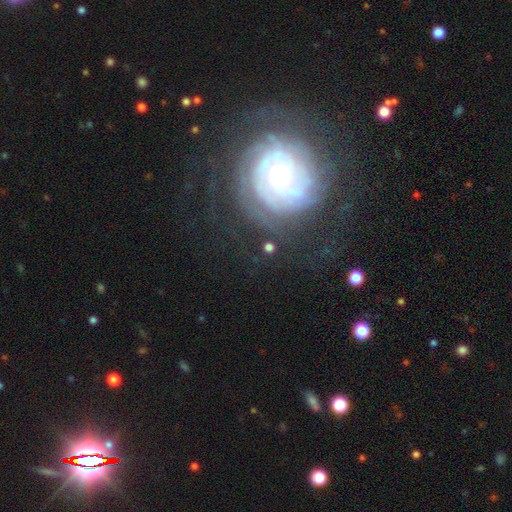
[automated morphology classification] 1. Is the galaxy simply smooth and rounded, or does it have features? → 82% featured or disk, 10% star or artifact, 8% smooth.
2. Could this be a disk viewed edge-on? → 97% no, 3% yes.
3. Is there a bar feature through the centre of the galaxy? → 62% no, 24% weak, 14% strong.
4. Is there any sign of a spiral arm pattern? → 96% yes, 4% no.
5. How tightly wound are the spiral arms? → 84% tight, 13% medium, 3% loose.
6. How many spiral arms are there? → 30% 2, 28% can't tell, 16% 3, 10% 4, 8% more than 4, 7% 1.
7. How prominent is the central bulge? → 55% small, 39% moderate, 4% large, 1% none, 1% dominant.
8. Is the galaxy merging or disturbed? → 76% none, 13% minor disturbance, 9% major disturbance, 2% merger.